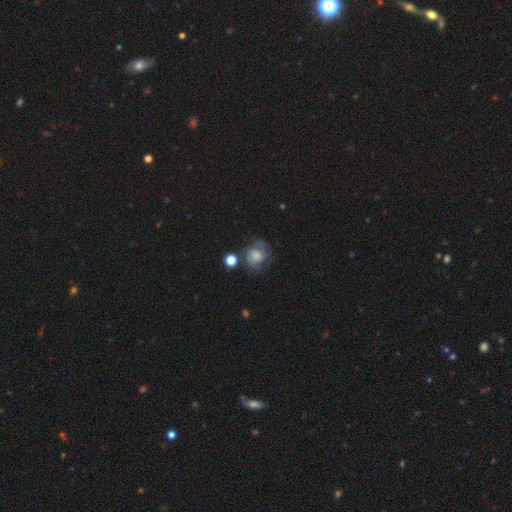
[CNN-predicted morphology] Overall: featured or disk (54%; smooth 36%). Edge-on disk: no (98%). Bar: no (74%). Spiral arms: yes (86%). Bulge size: moderate (37%; small 29%). Merging: none (62%).